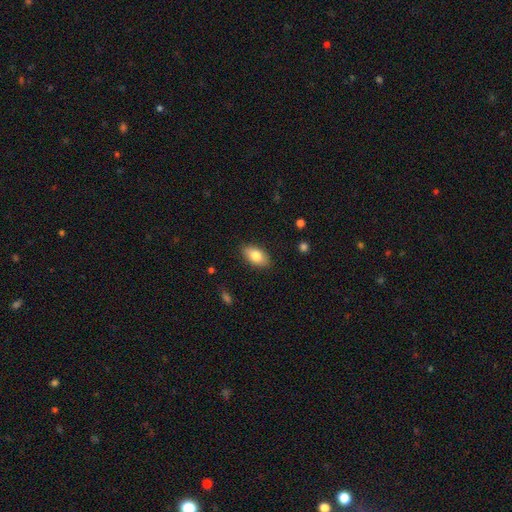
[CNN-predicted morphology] smooth_or_featured: smooth (p=0.81) [alt: featured or disk p=0.12]
how_rounded: in between (p=0.92) [alt: round p=0.05]
merging: none (p=0.86) [alt: minor disturbance p=0.11]